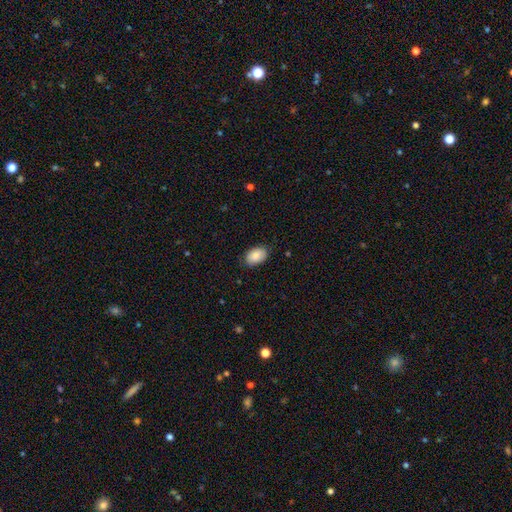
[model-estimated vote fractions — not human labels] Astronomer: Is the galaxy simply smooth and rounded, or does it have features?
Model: smooth — 85%.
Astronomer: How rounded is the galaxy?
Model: in between — 91%.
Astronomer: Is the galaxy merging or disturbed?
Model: none — 82%.